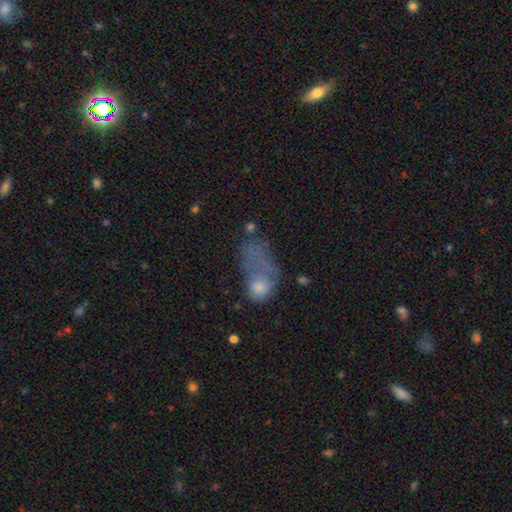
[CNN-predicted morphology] Overall: smooth (53%; featured or disk 29%). How rounded: in between (74%). Merging: major disturbance (49%; none 18%).